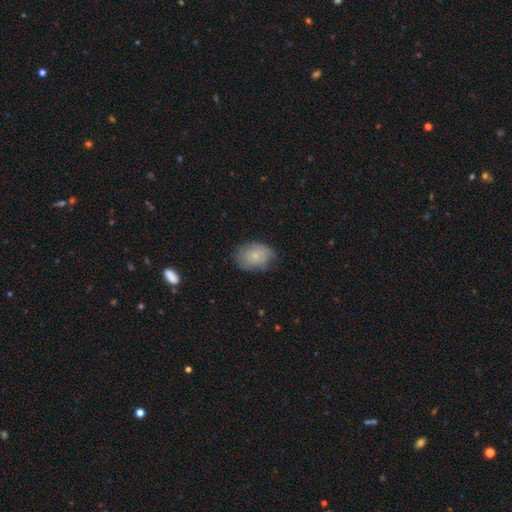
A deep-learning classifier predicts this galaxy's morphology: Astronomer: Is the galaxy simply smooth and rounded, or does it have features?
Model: smooth — 71%.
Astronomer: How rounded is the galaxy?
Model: in between — 74%.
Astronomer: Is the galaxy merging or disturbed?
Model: none — 64%.